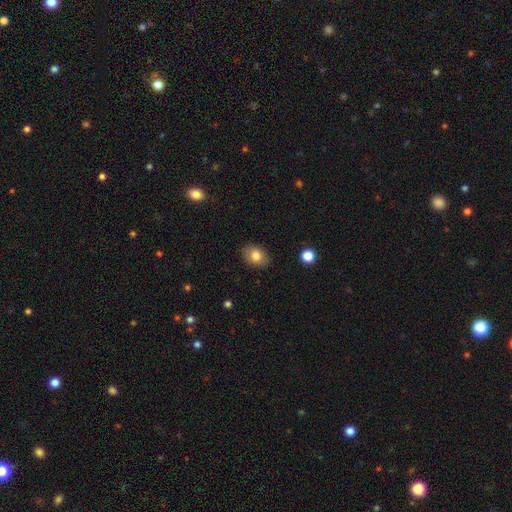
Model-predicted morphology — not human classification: type=smooth (80%); roundness=in between (70%); merging=none (86%).